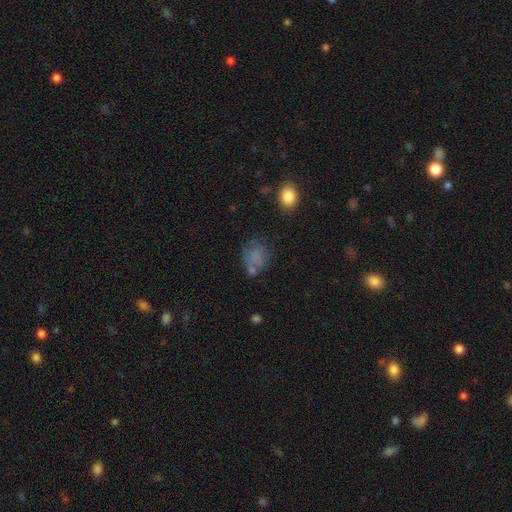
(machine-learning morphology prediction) This is likely a smooth galaxy (70%). How rounded: possibly round (53%). Merging: possibly none (46%).